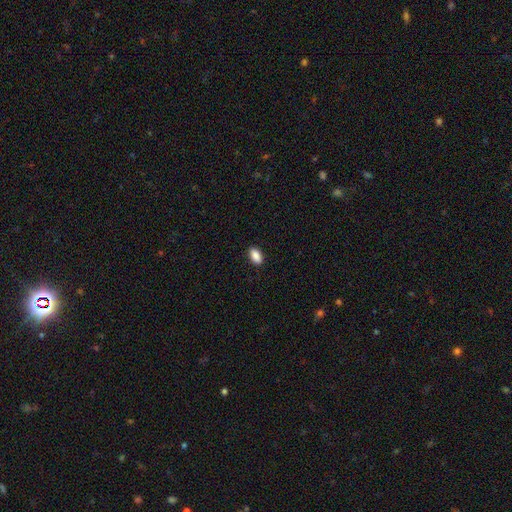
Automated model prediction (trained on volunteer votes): Smooth or featured: smooth — 89% (star or artifact — 8%)
How rounded: in between — 91% (round — 5%)
Merging: none — 89% (minor disturbance — 8%)